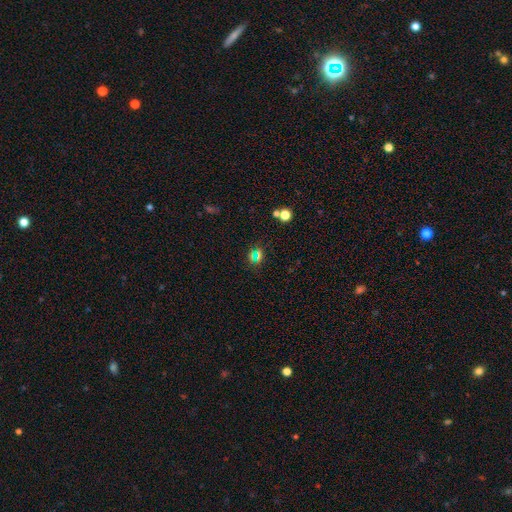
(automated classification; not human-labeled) This is possibly a star or artifact rather than a galaxy (52%).